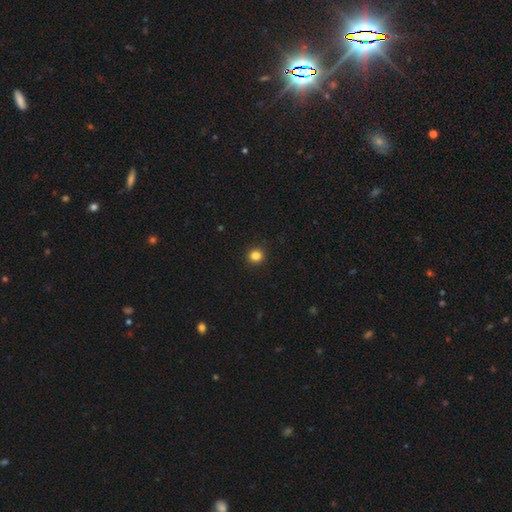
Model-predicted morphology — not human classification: smooth_or_featured: smooth (p=0.84) [alt: star or artifact p=0.12]
how_rounded: round (p=0.93) [alt: in between p=0.07]
merging: none (p=0.93) [alt: minor disturbance p=0.04]